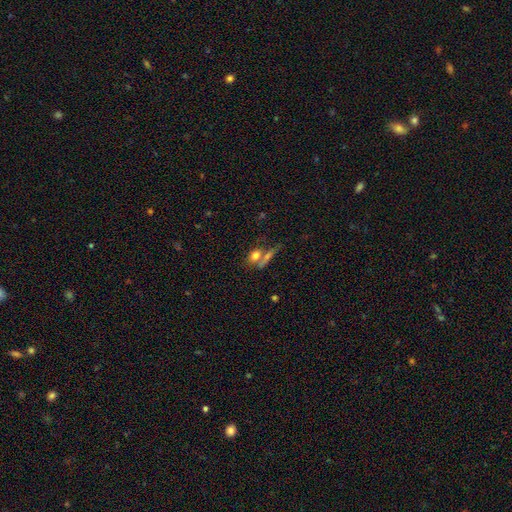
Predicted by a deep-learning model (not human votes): A smooth galaxy with no disk features (71%) that is in between round and cigar-shaped (59%).

Vote fractions:
- Smooth or featured? smooth: 71% / featured or disk: 19% / star or artifact: 11%
- How rounded? in between: 59% / round: 28% / cigar-shaped: 13%
- Merging? none: 41% (tied) / merger: 41% (tied) / minor disturbance: 11% / major disturbance: 7%